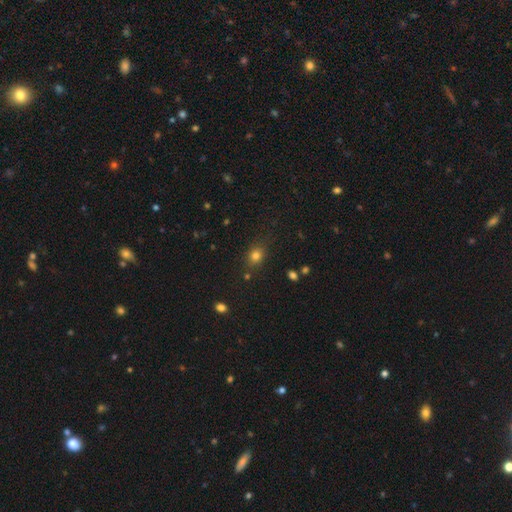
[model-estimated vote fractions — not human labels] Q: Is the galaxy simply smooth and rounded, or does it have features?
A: smooth — 78%.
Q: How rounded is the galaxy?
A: round — 53%.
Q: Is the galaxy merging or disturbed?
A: none — 79%.